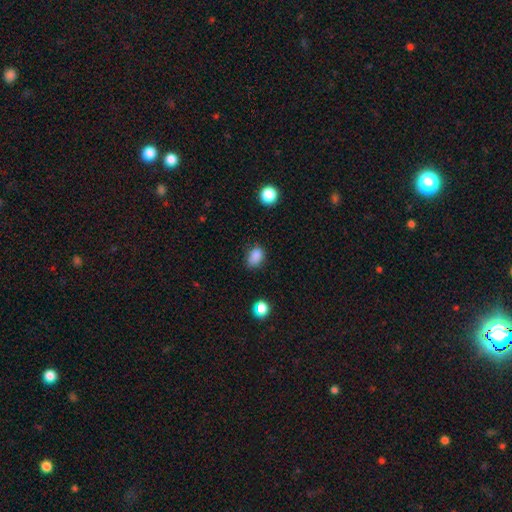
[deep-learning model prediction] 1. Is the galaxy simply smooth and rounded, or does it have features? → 85% smooth, 11% star or artifact, 4% featured or disk.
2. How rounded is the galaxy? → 74% in between, 25% round, 1% cigar-shaped.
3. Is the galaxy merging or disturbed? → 70% none, 23% minor disturbance, 5% major disturbance, 2% merger.